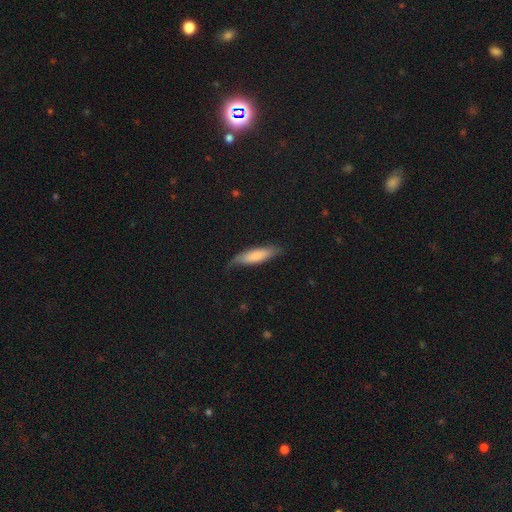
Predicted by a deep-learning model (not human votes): Q: Smooth or featured?
A: smooth (76%); runner-up: featured or disk (19%)
Q: How rounded?
A: cigar-shaped (57%); runner-up: in between (41%)
Q: Merging?
A: none (62%); runner-up: minor disturbance (29%)